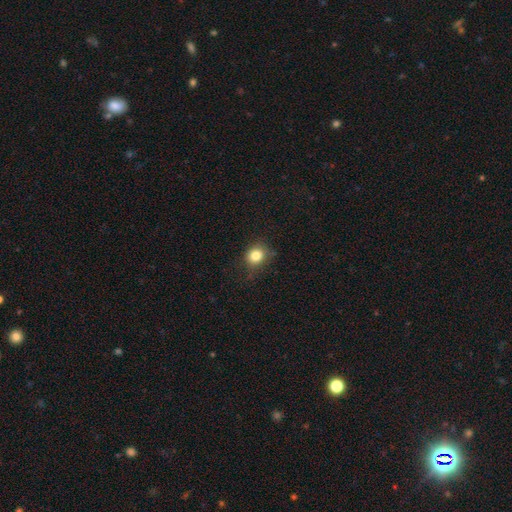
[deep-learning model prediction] Smooth or featured? smooth (81%)
How rounded? round (72%)
Merging? none (74%)